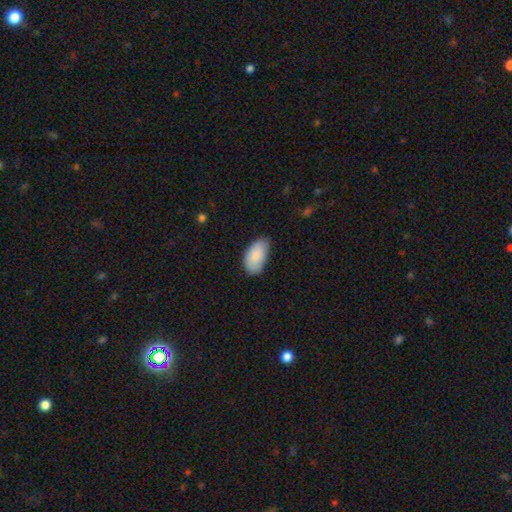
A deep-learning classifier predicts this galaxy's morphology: Smooth or featured? Predicted: smooth (p=0.87). How rounded? Predicted: in between (p=0.95). Merging? Predicted: none (p=0.70).